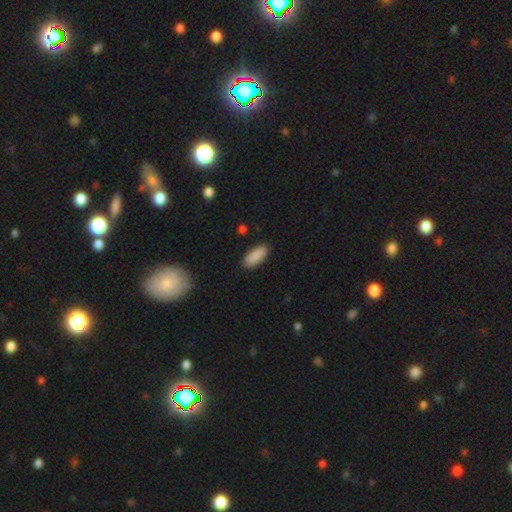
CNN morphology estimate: smooth 89%, star or artifact 6%, featured or disk 4%. Down the decision tree: how rounded — in between (80%); merging — none (88%).